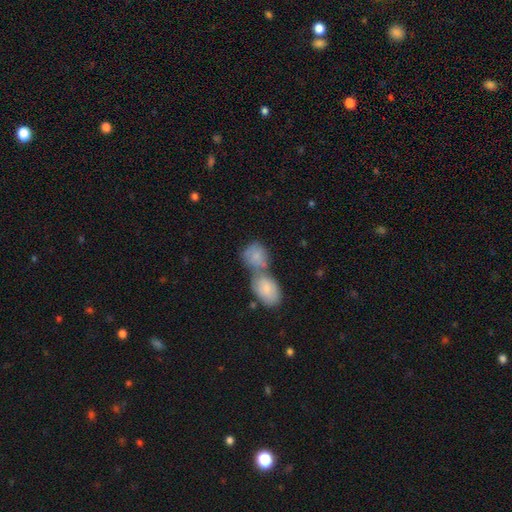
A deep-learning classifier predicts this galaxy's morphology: smooth_or_featured: smooth (p=0.80) [alt: featured or disk p=0.14]
how_rounded: in between (p=0.55) [alt: round p=0.42]
merging: merger (p=0.66) [alt: none p=0.21]